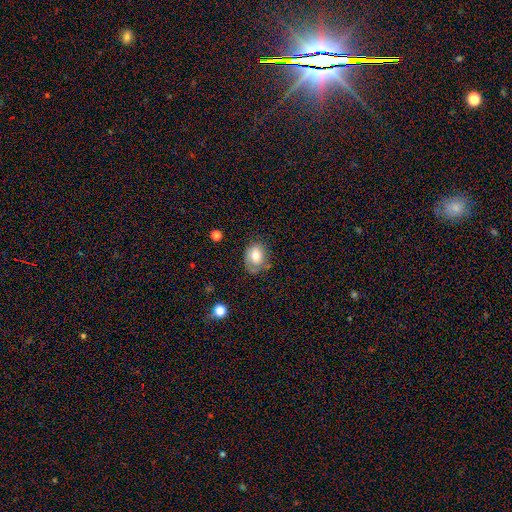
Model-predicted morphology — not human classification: Smooth or featured?
  - smooth: 65% *
  - featured or disk: 27%
  - star or artifact: 9%
How rounded?
  - in between: 69% *
  - round: 30%
  - cigar-shaped: 1%
Merging?
  - none: 56% *
  - minor disturbance: 28%
  - major disturbance: 13%
  - merger: 3%